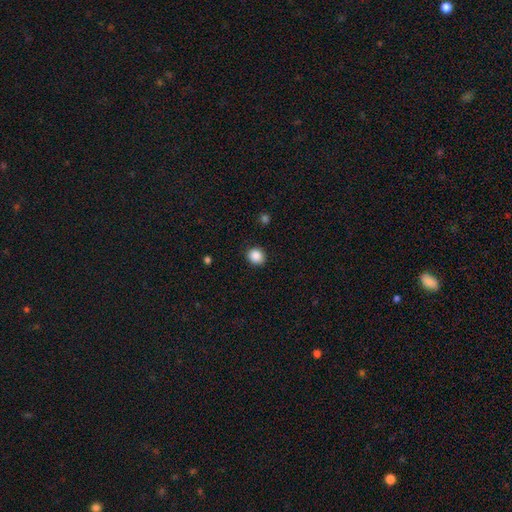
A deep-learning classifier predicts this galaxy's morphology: smooth_or_featured: smooth (p=0.88) [alt: star or artifact p=0.10]
how_rounded: round (p=0.79) [alt: in between p=0.20]
merging: none (p=0.89) [alt: minor disturbance p=0.07]